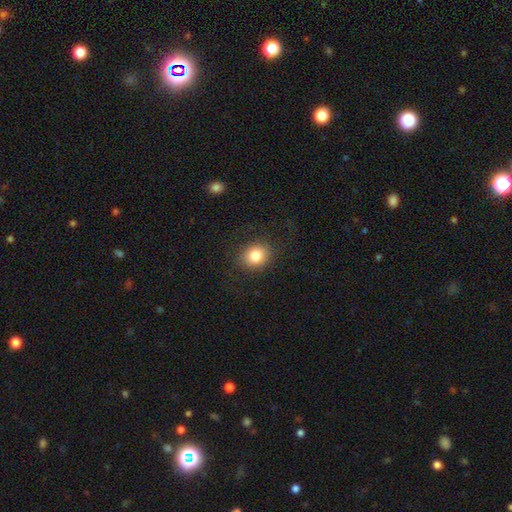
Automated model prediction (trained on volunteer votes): Overall: smooth (83%). How rounded: round (64%; in between 35%). Merging: none (86%).